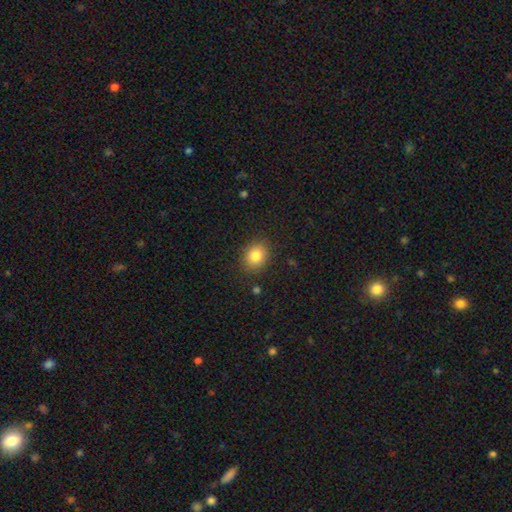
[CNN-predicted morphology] Smooth or featured: smooth — 82% (star or artifact — 10%)
How rounded: round — 56% (in between — 43%)
Merging: none — 87% (minor disturbance — 9%)